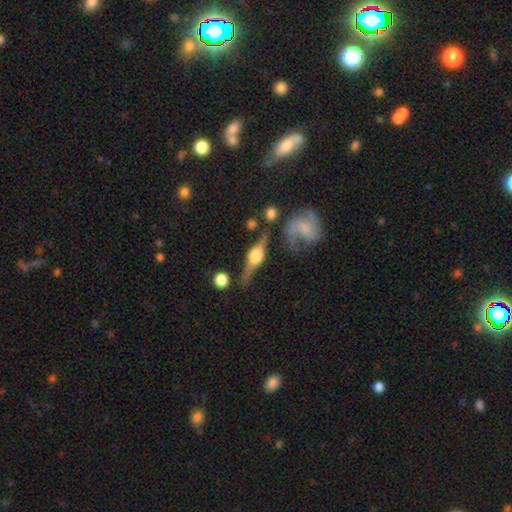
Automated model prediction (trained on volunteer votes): Smooth or featured? featured or disk (83%)
Edge-on disk? yes (95%)
Edge-on bulge? rounded (94%)
Merging? none (77%)